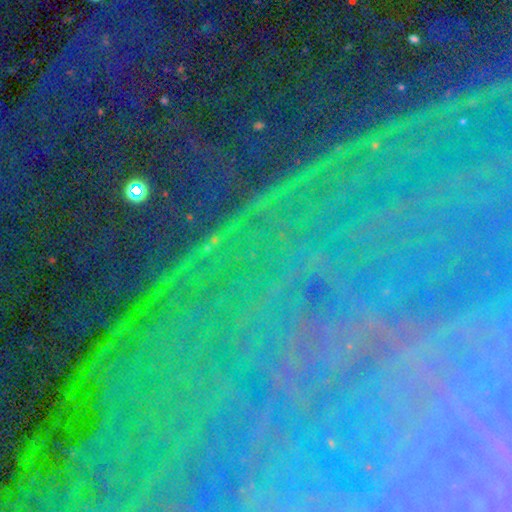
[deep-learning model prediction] Morphology: type=star or artifact (83%).